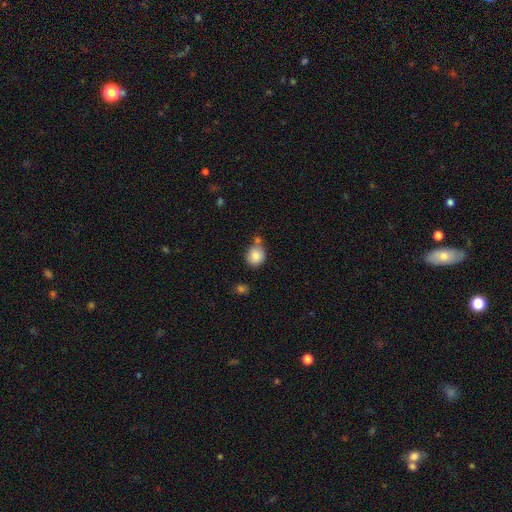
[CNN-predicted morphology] Smooth or featured: smooth — 86% (star or artifact — 9%)
How rounded: round — 80% (in between — 19%)
Merging: none — 63% (merger — 17%)